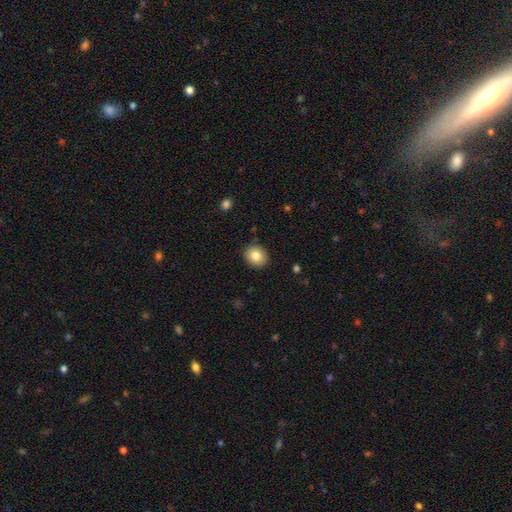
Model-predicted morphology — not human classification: A smooth galaxy with no disk features (82%) that is round (76%). Merging: none (90%).